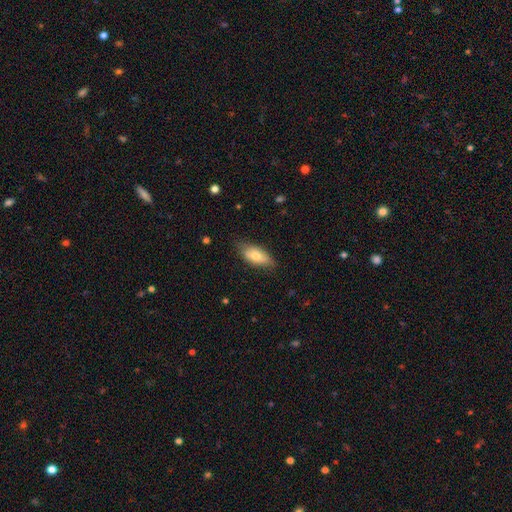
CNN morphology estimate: Overall: smooth (70%). How rounded: in between (87%). Merging: none (74%).